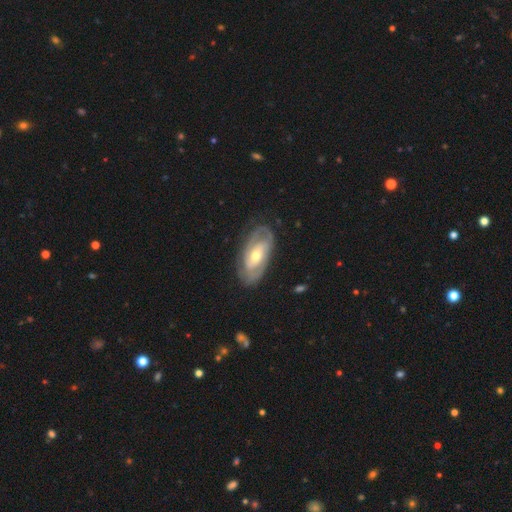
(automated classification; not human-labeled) smooth_or_featured: featured or disk (p=0.79) [alt: smooth p=0.16]
disk_edge_on: no (p=0.93) [alt: yes p=0.07]
bar: no (p=0.48) [alt: weak p=0.36]
has_spiral_arms: yes (p=0.83) [alt: no p=0.17]
spiral_winding: tight (p=0.59) [alt: medium p=0.30]
spiral_arm_count: 2 (p=0.56) [alt: can't tell p=0.28]
bulge_size: moderate (p=0.64) [alt: small p=0.31]
merging: none (p=0.78) [alt: minor disturbance p=0.16]